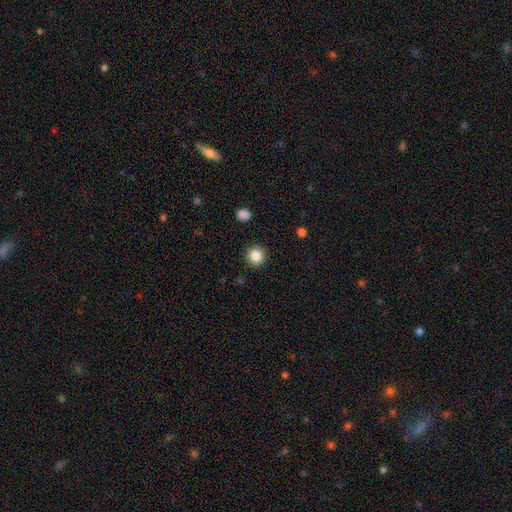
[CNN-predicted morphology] Smooth or featured: smooth — 85% (star or artifact — 10%)
How rounded: round — 93% (in between — 6%)
Merging: none — 91% (minor disturbance — 6%)